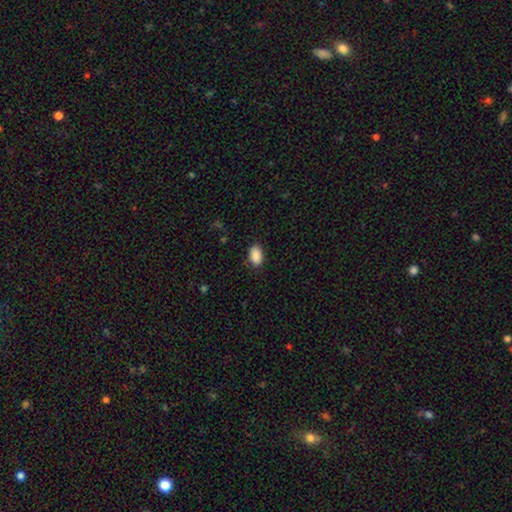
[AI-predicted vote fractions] smooth_or_featured: smooth (p=0.90) [alt: star or artifact p=0.07]
how_rounded: in between (p=0.91) [alt: round p=0.07]
merging: none (p=0.86) [alt: minor disturbance p=0.11]